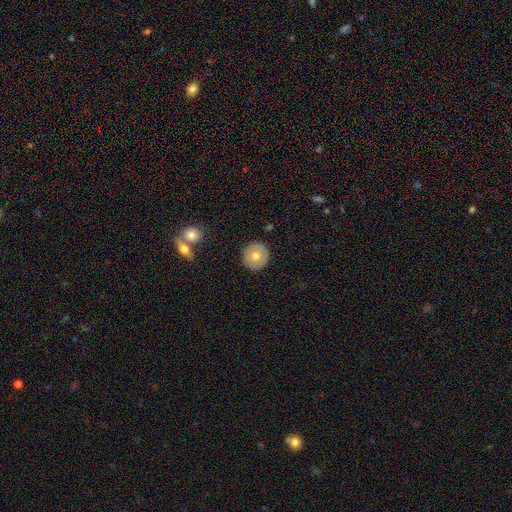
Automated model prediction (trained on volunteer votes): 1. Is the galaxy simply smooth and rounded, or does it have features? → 64% smooth, 29% featured or disk, 7% star or artifact.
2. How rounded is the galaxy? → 91% round, 8% in between, 1% cigar-shaped.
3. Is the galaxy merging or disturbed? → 89% none, 7% minor disturbance, 2% merger, 2% major disturbance.